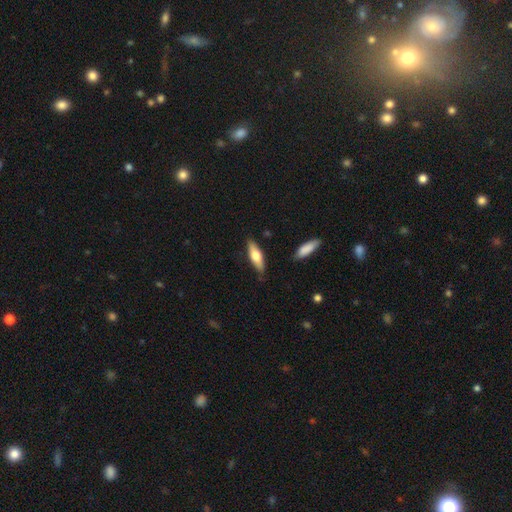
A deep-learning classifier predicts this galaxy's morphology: Overall: smooth (61%; featured or disk 34%). How rounded: cigar-shaped (50%; in between 48%). Merging: none (83%).